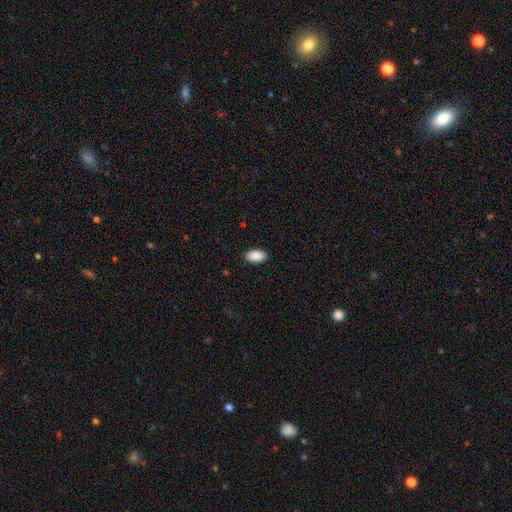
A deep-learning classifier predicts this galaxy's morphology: Smooth or featured: smooth — 91% (star or artifact — 6%)
How rounded: in between — 95% (round — 3%)
Merging: none — 90% (minor disturbance — 8%)